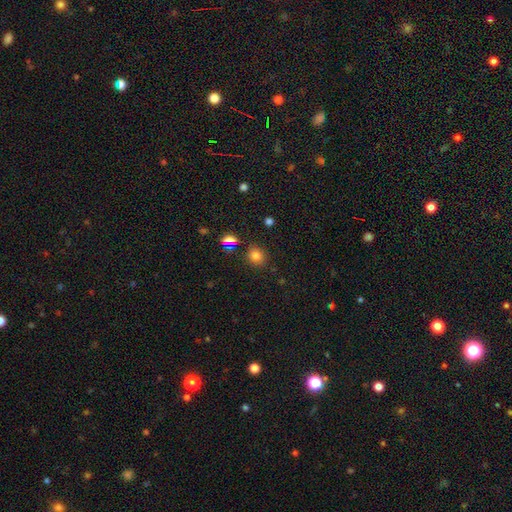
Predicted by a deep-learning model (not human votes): A smooth galaxy with no disk features (79%) that is round (79%). Merging: none (85%).